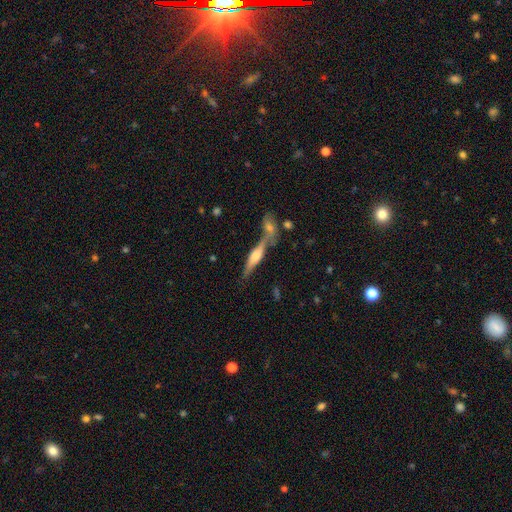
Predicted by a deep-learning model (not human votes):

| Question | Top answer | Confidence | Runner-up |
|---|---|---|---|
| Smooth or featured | featured or disk | 70% | smooth (23%) |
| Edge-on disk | yes | 95% | no (5%) |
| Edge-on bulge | rounded | 84% | boxy (11%) |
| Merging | none | 60% | merger (25%) |